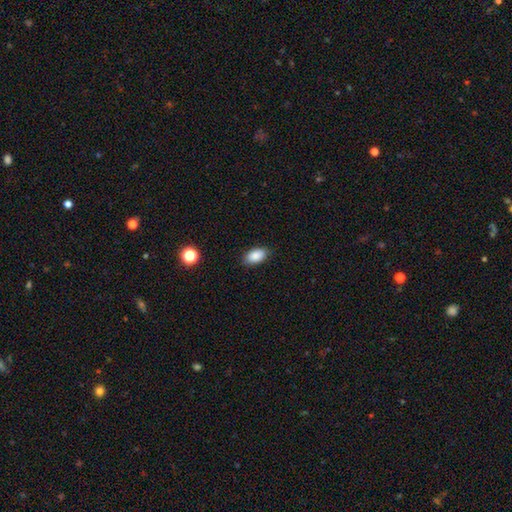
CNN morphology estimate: smooth 87%, star or artifact 8%, featured or disk 5%. Down the decision tree: how rounded — in between (93%); merging — none (86%).